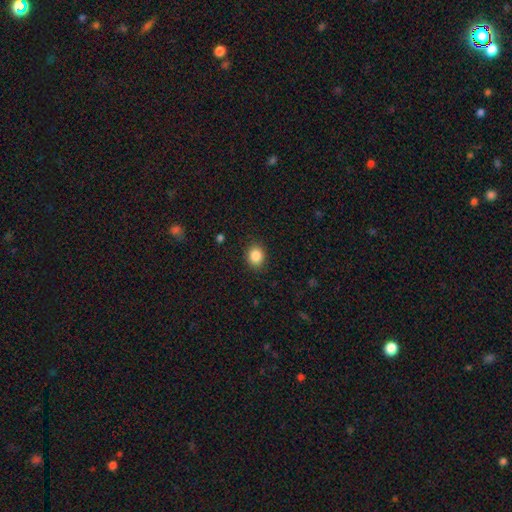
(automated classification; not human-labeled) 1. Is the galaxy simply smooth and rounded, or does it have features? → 86% smooth, 10% star or artifact, 4% featured or disk.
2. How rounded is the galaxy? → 63% round, 36% in between, 1% cigar-shaped.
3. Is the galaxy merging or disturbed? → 88% none, 8% minor disturbance, 2% major disturbance, 1% merger.